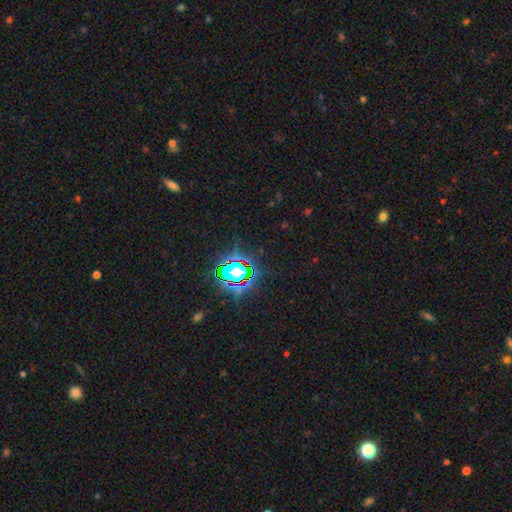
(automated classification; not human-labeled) This is clearly a star or artifact rather than a galaxy (82%).